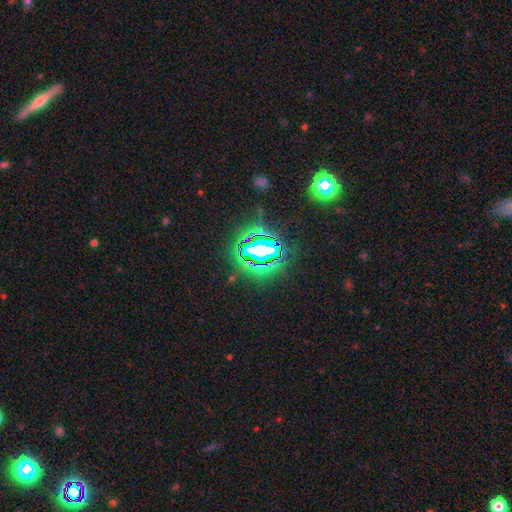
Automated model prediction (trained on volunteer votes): star or artifact 76%, smooth 13%, featured or disk 11%.